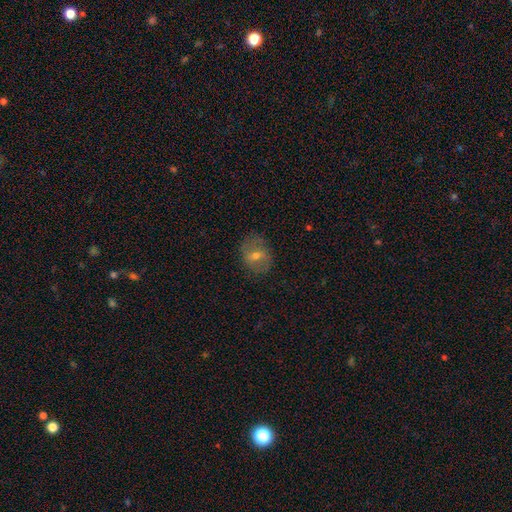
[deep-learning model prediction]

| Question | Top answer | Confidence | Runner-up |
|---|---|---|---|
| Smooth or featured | featured or disk | 47% | smooth (42%) |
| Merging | none | 80% | minor disturbance (14%) |